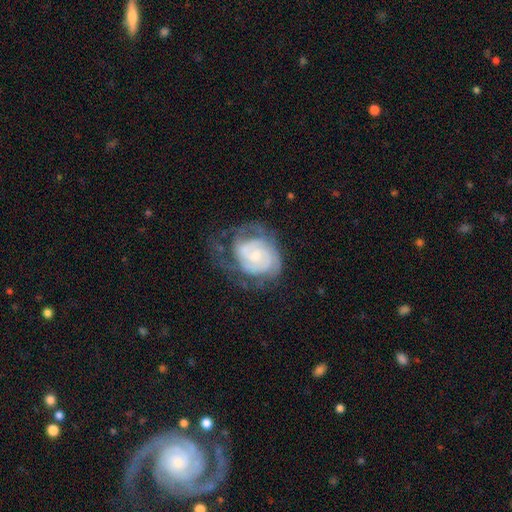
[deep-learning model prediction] featured or disk 81%, smooth 13%, star or artifact 6%. Down the decision tree: edge-on disk — no (98%); bar — no (70%); spiral arms — yes (91%); spiral arm count — can't tell (35%); spiral winding — tight (63%); bulge size — small (61%); merging — none (47%).